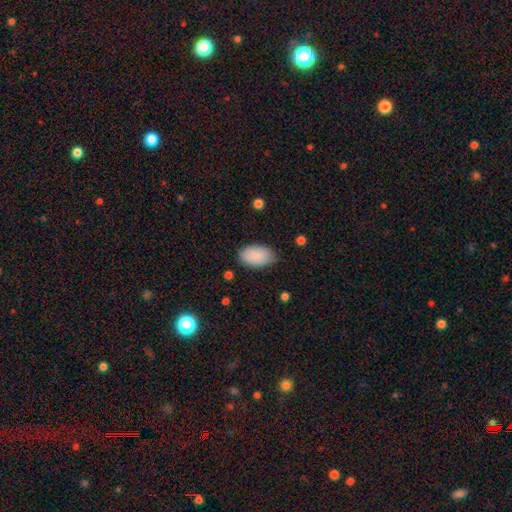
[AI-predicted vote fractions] Smooth or featured: smooth — 87% (star or artifact — 6%)
How rounded: in between — 94% (round — 5%)
Merging: none — 78% (minor disturbance — 17%)